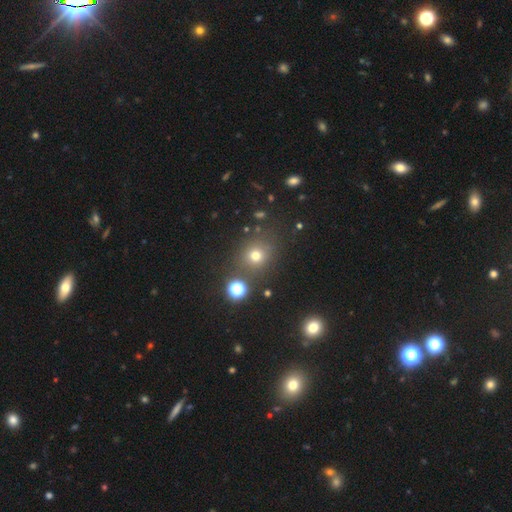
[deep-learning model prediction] Morphology: type=smooth (69%); roundness=round (84%); merging=none (80%).